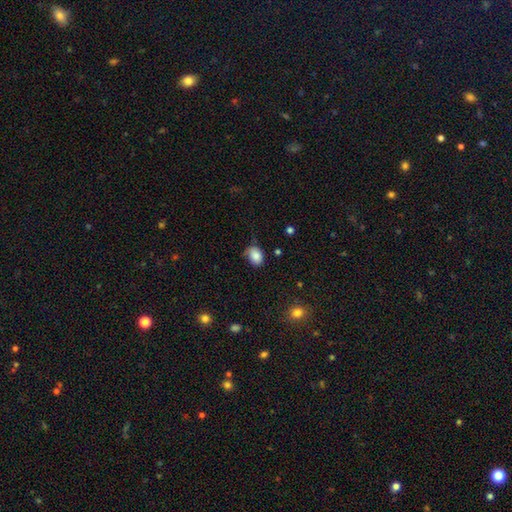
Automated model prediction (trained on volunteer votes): Smooth or featured?
  - smooth: 83% *
  - star or artifact: 8%
  - featured or disk: 8%
How rounded?
  - in between: 71% *
  - round: 28%
  - cigar-shaped: 1%
Merging?
  - none: 54% *
  - minor disturbance: 35%
  - major disturbance: 9%
  - merger: 2%